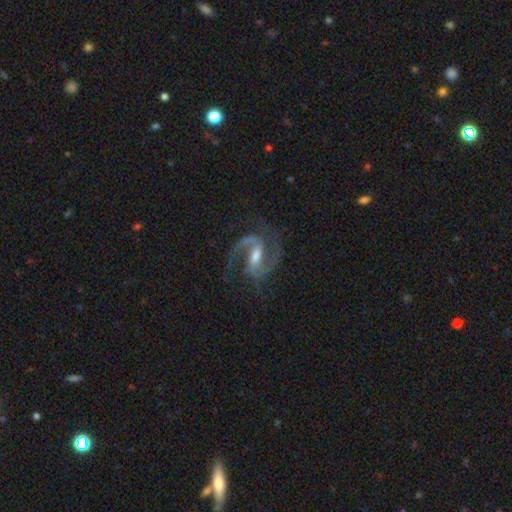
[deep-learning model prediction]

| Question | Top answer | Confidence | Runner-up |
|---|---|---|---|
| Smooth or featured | featured or disk | 92% | star or artifact (5%) |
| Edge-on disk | no | 98% | yes (2%) |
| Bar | weak | 45% | strong (44%) |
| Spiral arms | yes | 98% | no (2%) |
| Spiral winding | medium | 65% | loose (19%) |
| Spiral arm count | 2 | 87% | 3 (6%) |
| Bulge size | moderate | 56% | small (31%) |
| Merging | none | 74% | minor disturbance (15%) |